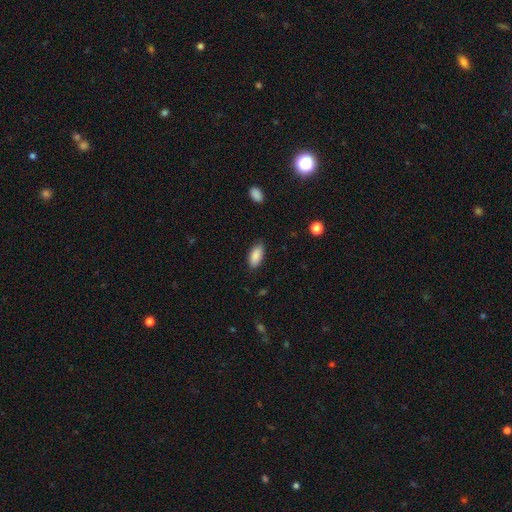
Smooth or featured? 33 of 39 (85%) said smooth. How rounded? 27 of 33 (82%) said in between. Merging? 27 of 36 (75%) said none.